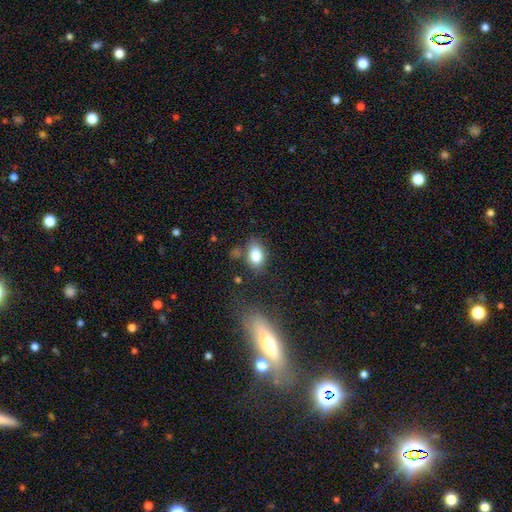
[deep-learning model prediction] A smooth galaxy with no disk features (83%) that is in between round and cigar-shaped (85%).

Vote fractions:
- Smooth or featured? smooth: 83% / star or artifact: 9% / featured or disk: 8%
- How rounded? in between: 85% / round: 14% / cigar-shaped: 2%
- Merging? none: 67% / minor disturbance: 19% / merger: 8% / major disturbance: 6%